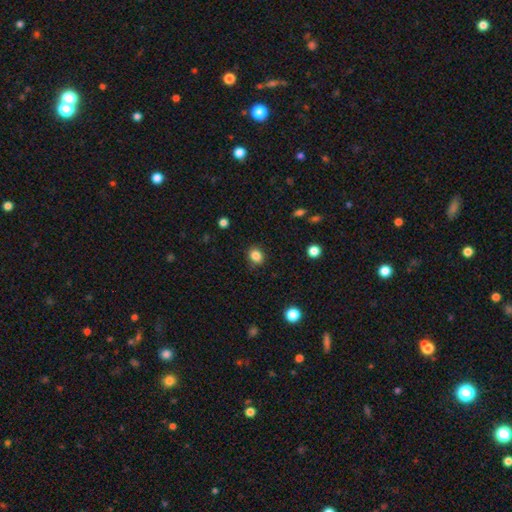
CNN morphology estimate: type=smooth (85%); roundness=round (63%); merging=none (86%).